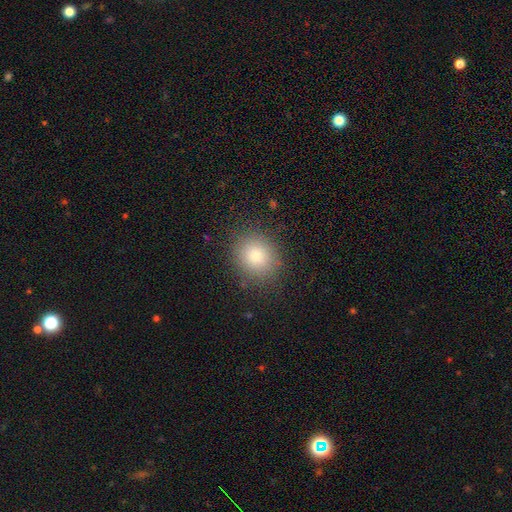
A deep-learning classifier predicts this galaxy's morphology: smooth-or-featured: smooth: 83% | star or artifact: 11% | featured or disk: 6%
  how-rounded: round: 73% | in between: 26% | cigar-shaped: 1%
  merging: none: 87% | minor disturbance: 9% | major disturbance: 3% | merger: 1%